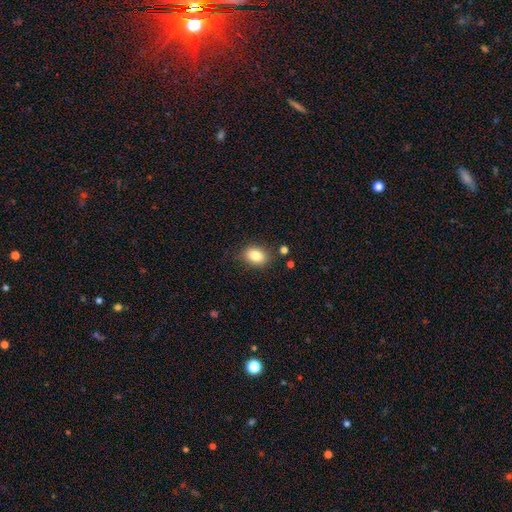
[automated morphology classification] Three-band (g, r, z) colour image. It shows a smooth galaxy with no disk features (84%) that is in between round and cigar-shaped (76%). Merging: none (83%).